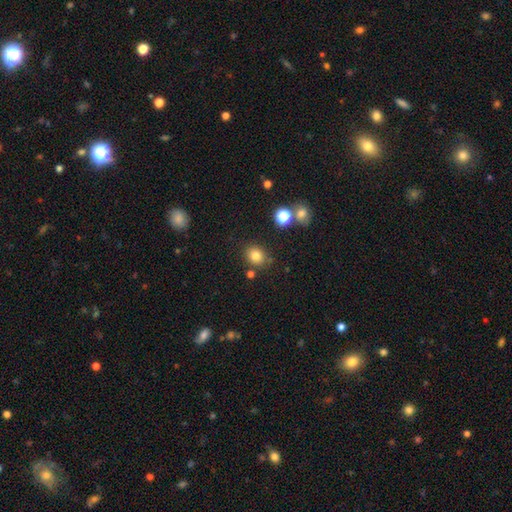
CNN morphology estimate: A smooth galaxy with no disk features (81%) that is round (71%). Merging: none (79%).